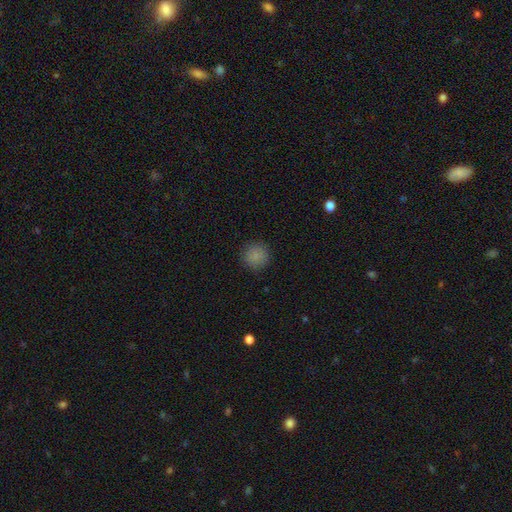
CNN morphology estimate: Smooth or featured?
  - smooth: 86% *
  - star or artifact: 10%
  - featured or disk: 4%
How rounded?
  - round: 94% *
  - in between: 5%
  - cigar-shaped: 1%
Merging?
  - none: 89% *
  - minor disturbance: 7%
  - major disturbance: 2%
  - merger: 1%